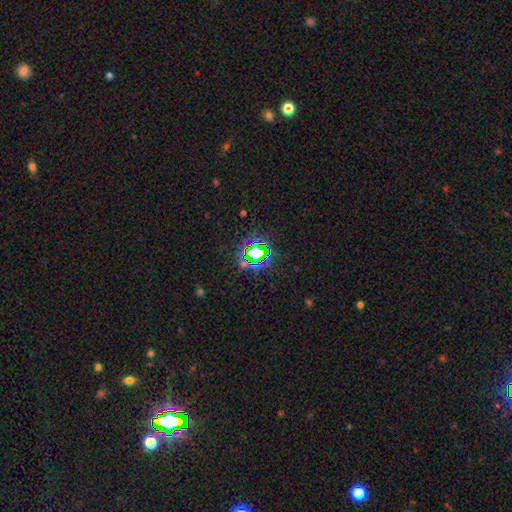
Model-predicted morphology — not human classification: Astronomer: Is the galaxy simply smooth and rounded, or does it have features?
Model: star or artifact — 74%.